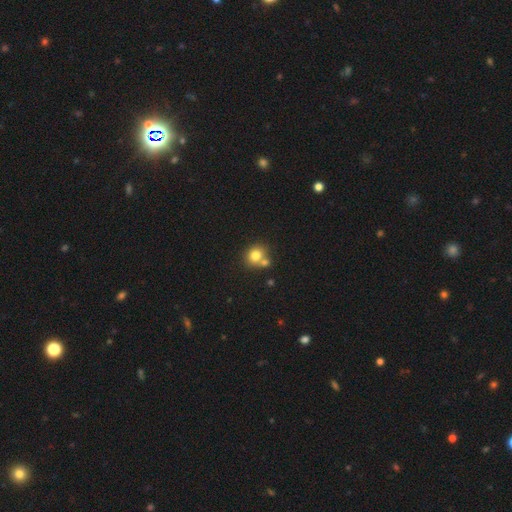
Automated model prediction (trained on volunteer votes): Overall: smooth (78%). How rounded: round (75%). Merging: none (52%; merger 35%).